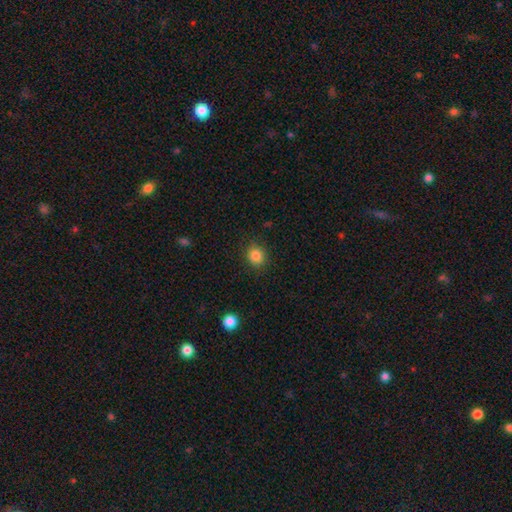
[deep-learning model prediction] Smooth or featured? Predicted: smooth (p=0.85). How rounded? Predicted: round (p=0.79). Merging? Predicted: none (p=0.87).